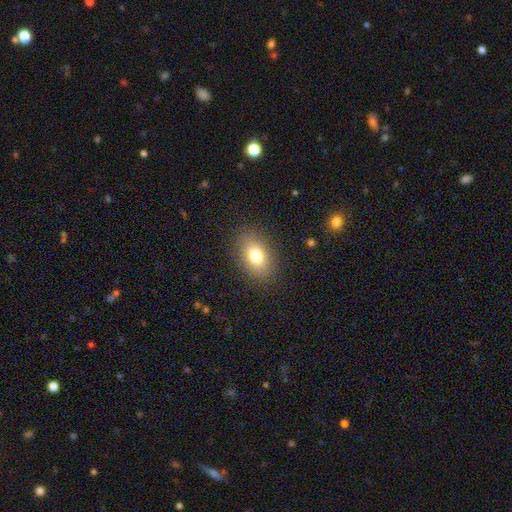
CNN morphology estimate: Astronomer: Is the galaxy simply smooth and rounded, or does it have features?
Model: smooth — 77%.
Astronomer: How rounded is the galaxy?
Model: in between — 83%.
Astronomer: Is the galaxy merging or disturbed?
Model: none — 86%.